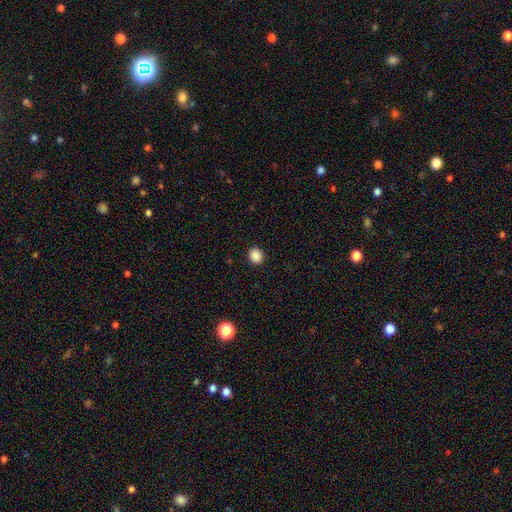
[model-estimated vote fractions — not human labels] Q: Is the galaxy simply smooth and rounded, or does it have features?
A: smooth — 88%.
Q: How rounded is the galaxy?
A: round — 80%.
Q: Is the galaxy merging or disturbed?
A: none — 92%.